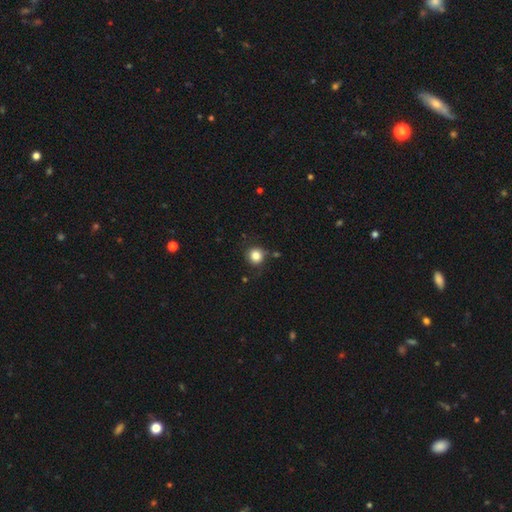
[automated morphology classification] This is clearly a smooth galaxy (83%). How rounded: clearly round (90%). Merging: clearly none (80%).